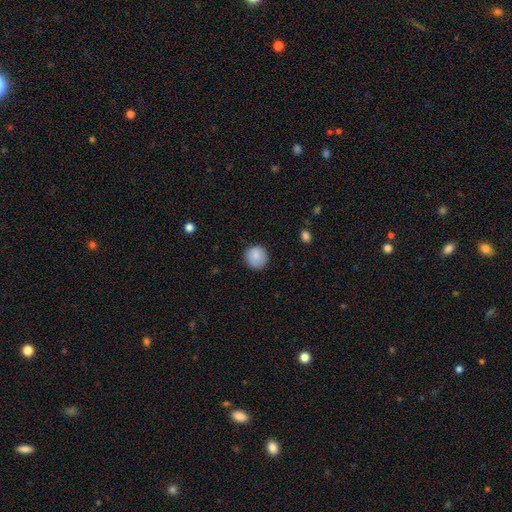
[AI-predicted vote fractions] A smooth galaxy with no disk features (85%) that is round (92%).

Vote fractions:
- Smooth or featured? smooth: 85% / star or artifact: 7% / featured or disk: 7%
- How rounded? round: 92% / in between: 7% / cigar-shaped: 1%
- Merging? none: 86% / minor disturbance: 11% / major disturbance: 2% / merger: 1%